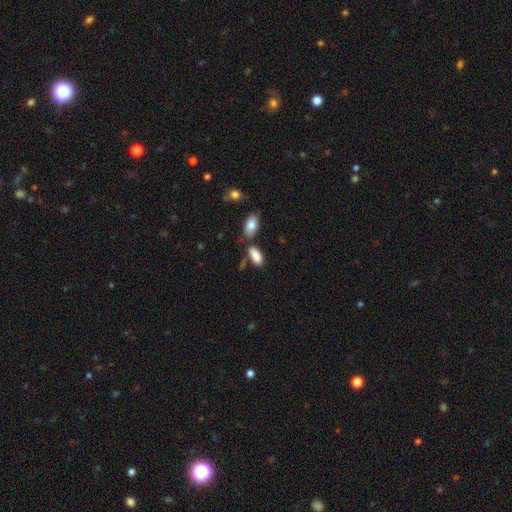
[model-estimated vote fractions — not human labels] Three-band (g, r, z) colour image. It shows a smooth galaxy with no disk features (87%) that is in between round and cigar-shaped (88%). Merging: none (61%).